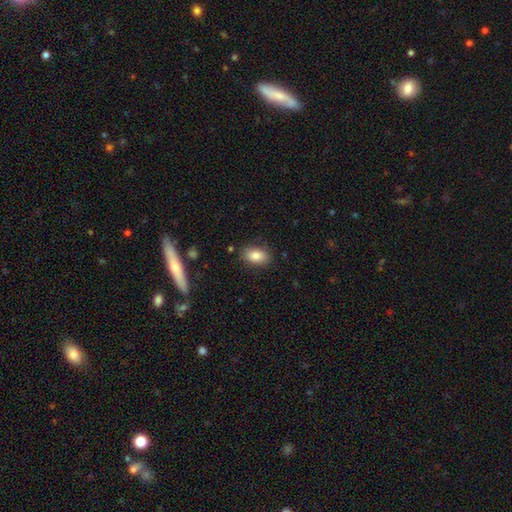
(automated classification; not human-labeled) A smooth galaxy with no disk features (82%) that is in between round and cigar-shaped (89%).

Vote fractions:
- Smooth or featured? smooth: 82% / featured or disk: 10% / star or artifact: 8%
- How rounded? in between: 89% / round: 8% / cigar-shaped: 3%
- Merging? none: 83% / minor disturbance: 12% / major disturbance: 3% / merger: 2%